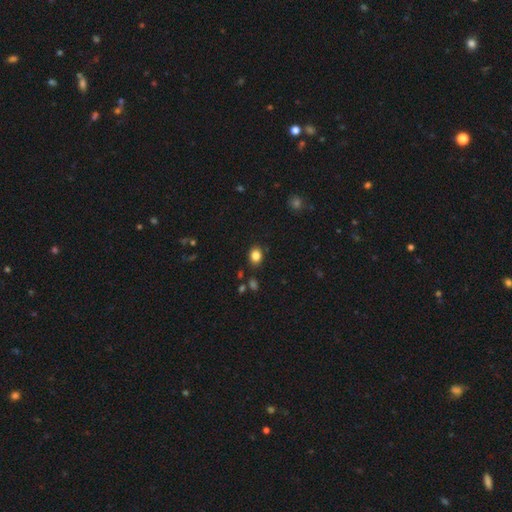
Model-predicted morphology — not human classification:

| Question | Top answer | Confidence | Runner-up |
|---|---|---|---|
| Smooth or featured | smooth | 84% | star or artifact (11%) |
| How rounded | round | 50% | in between (49%) |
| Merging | none | 85% | minor disturbance (10%) |